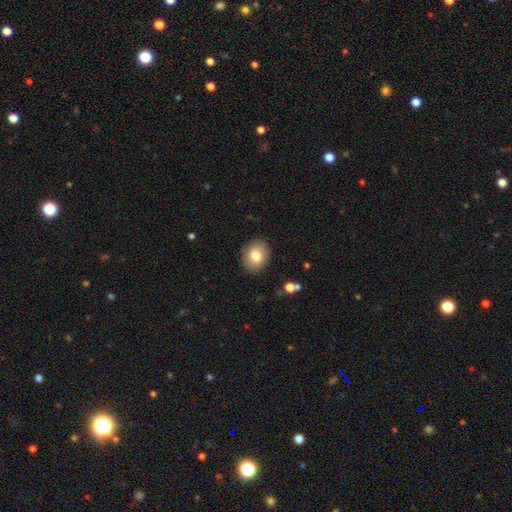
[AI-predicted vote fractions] Smooth or featured? Predicted: smooth (p=0.79). How rounded? Predicted: round (p=0.51). Merging? Predicted: none (p=0.89).